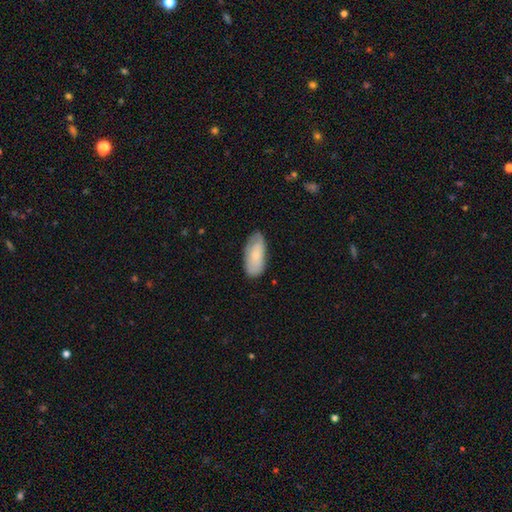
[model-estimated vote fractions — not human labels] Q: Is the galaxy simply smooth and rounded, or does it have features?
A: smooth — 71%.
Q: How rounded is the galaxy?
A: in between — 90%.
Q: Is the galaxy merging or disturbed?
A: none — 74%.